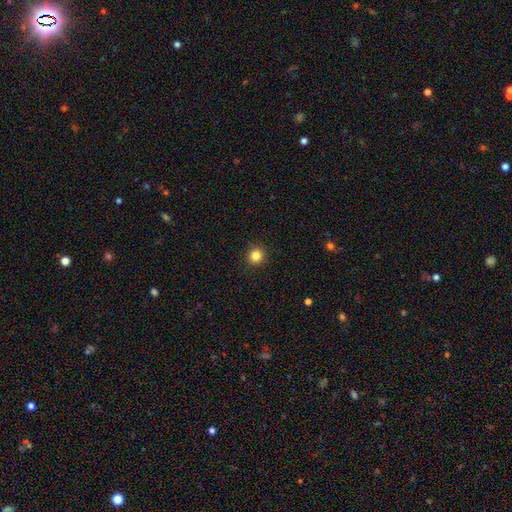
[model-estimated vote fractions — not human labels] Smooth or featured: smooth — 84% (star or artifact — 11%)
How rounded: round — 94% (in between — 5%)
Merging: none — 93% (minor disturbance — 5%)